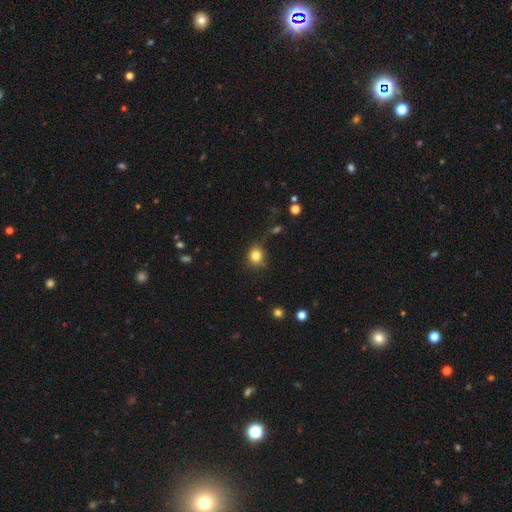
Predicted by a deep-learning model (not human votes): smooth_or_featured: smooth (p=0.82) [alt: star or artifact p=0.12]
how_rounded: round (p=0.80) [alt: in between p=0.19]
merging: none (p=0.77) [alt: minor disturbance p=0.16]